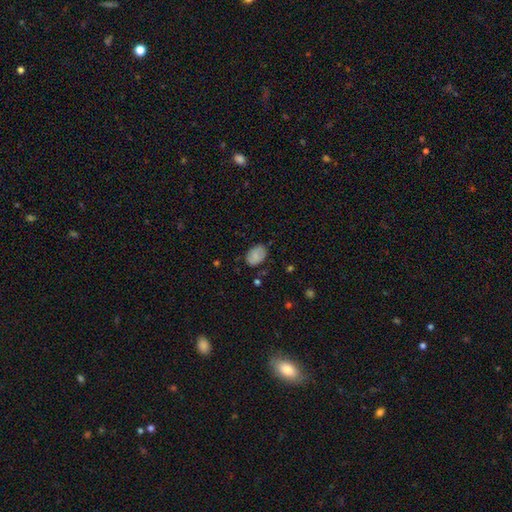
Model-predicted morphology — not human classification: Smooth or featured? Predicted: smooth (p=0.80). How rounded? Predicted: in between (p=0.83). Merging? Predicted: none (p=0.77).